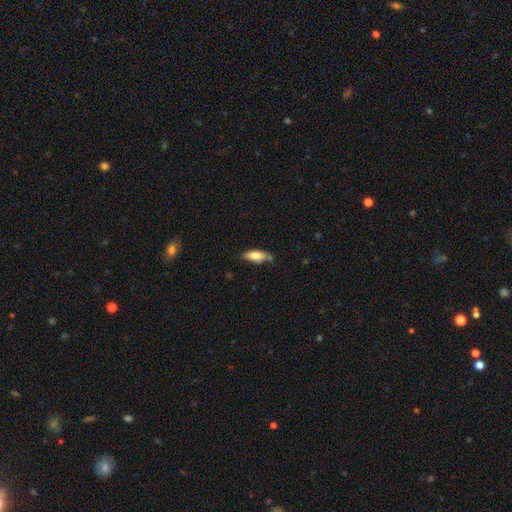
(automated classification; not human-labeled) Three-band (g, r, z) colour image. It shows a smooth galaxy with no disk features (74%) that is in between round and cigar-shaped (68%). Merging: none (62%).